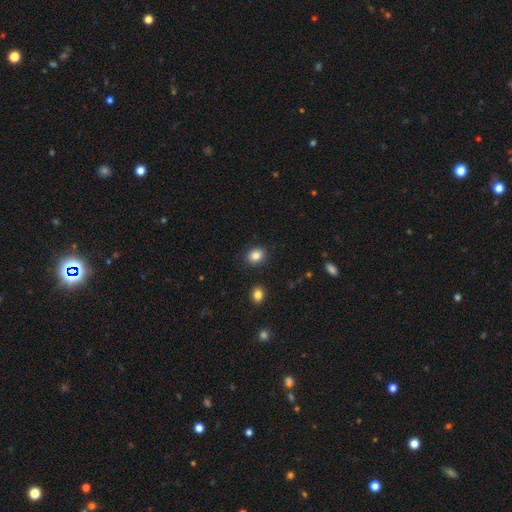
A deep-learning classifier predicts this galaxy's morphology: A smooth galaxy with no disk features (85%) that is round (55%).

Vote fractions:
- Smooth or featured? smooth: 85% / star or artifact: 10% / featured or disk: 5%
- How rounded? round: 55% / in between: 44% / cigar-shaped: 1%
- Merging? none: 88% / minor disturbance: 8% / major disturbance: 2% / merger: 2%